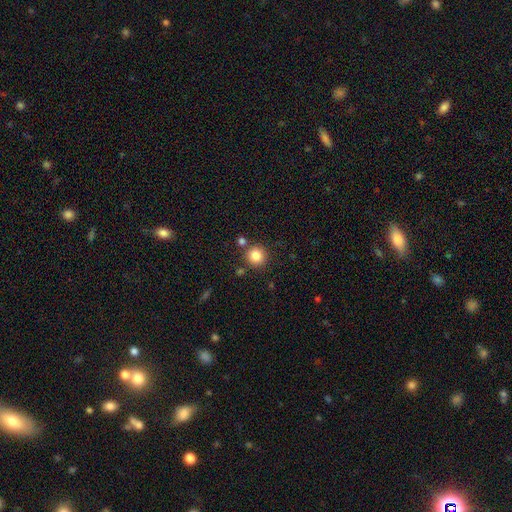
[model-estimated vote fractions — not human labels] Overall: smooth (83%). How rounded: round (93%). Merging: none (81%).